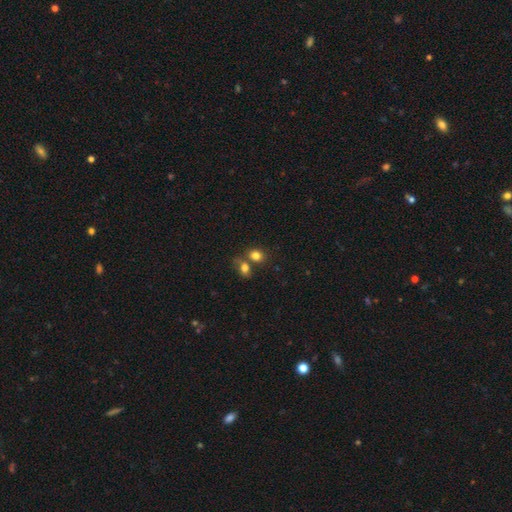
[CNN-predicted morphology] This appears to be a smooth galaxy with no disk features (81%) that is round (57%). Merging: none (51%).